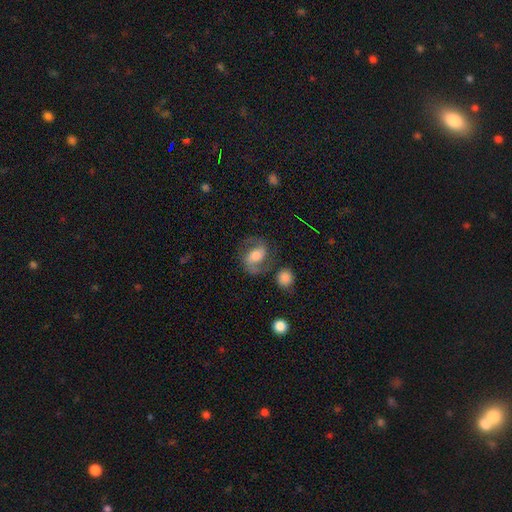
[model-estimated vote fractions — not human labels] This is likely a featured or disk galaxy (71%). It is clearly not viewed edge-on (97%). Bar: marginally weak (42%). Spiral arm pattern: clearly yes (92%). Spiral arm count: clearly 2 (92%). Spiral winding: possibly medium (57%). Central bulge: possibly moderate (49%). Merging: likely none (71%).